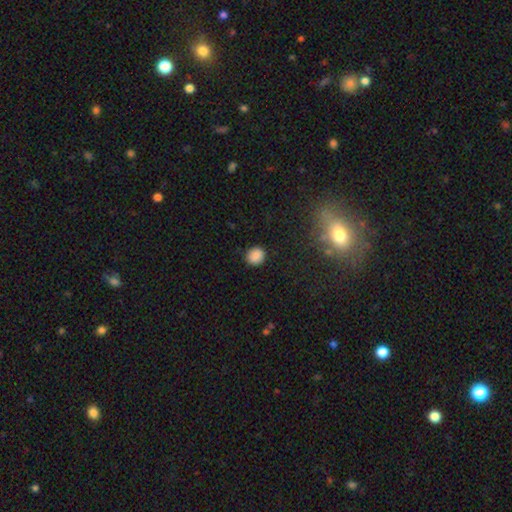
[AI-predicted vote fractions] smooth_or_featured: smooth (p=0.86) [alt: star or artifact p=0.11]
how_rounded: round (p=0.84) [alt: in between p=0.15]
merging: none (p=0.89) [alt: minor disturbance p=0.07]